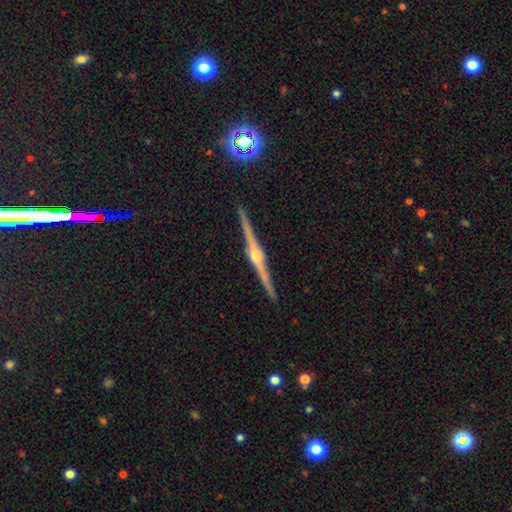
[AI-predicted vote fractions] smooth_or_featured: featured or disk (p=0.89) [alt: smooth p=0.06]
disk_edge_on: yes (p=0.99) [alt: no p=0.01]
edge_on_bulge: rounded (p=0.90) [alt: boxy p=0.06]
merging: none (p=0.93) [alt: minor disturbance p=0.05]